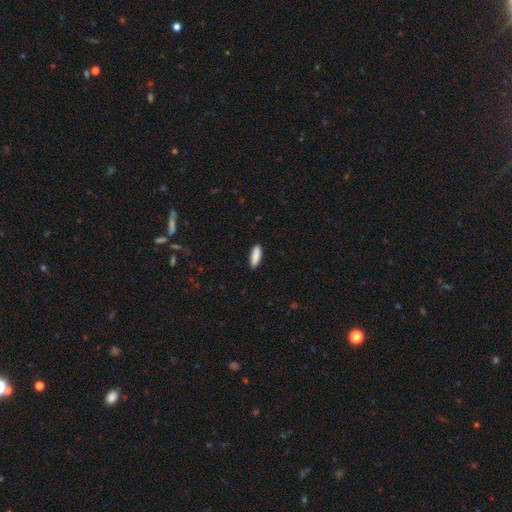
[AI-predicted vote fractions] A smooth galaxy with no disk features (89%) that is in between round and cigar-shaped (57%).

Vote fractions:
- Smooth or featured? smooth: 89% / star or artifact: 6% / featured or disk: 5%
- How rounded? in between: 57% / cigar-shaped: 41% / round: 2%
- Merging? none: 88% / minor disturbance: 9% / major disturbance: 2% / merger: 1%